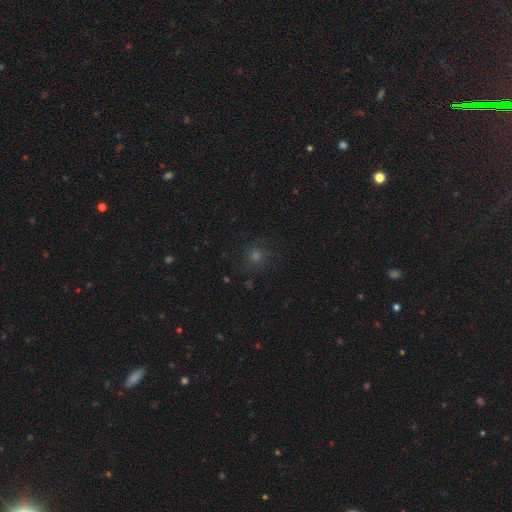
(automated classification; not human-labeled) Smooth or featured? Predicted: smooth (p=0.51). How rounded? Predicted: round (p=0.91). Merging? Predicted: none (p=0.85).